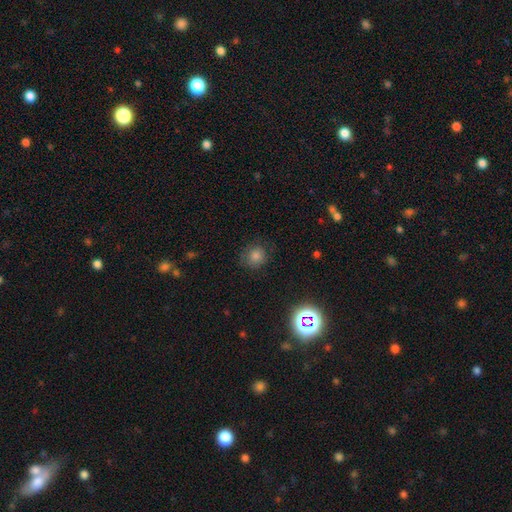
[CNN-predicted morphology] Smooth or featured?
  - smooth: 70% *
  - star or artifact: 21%
  - featured or disk: 9%
How rounded?
  - round: 88% *
  - in between: 11%
  - cigar-shaped: 1%
Merging?
  - none: 81% *
  - minor disturbance: 13%
  - major disturbance: 4%
  - merger: 1%